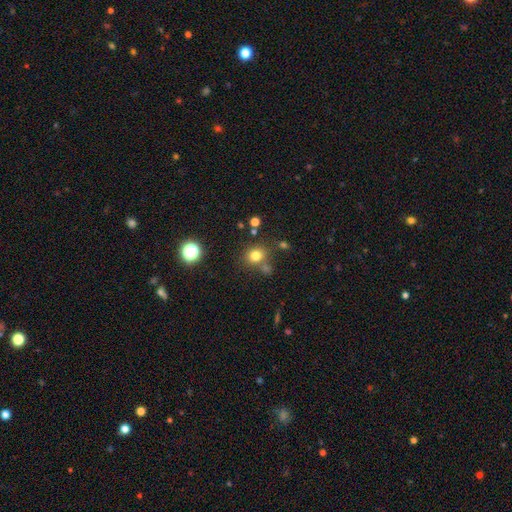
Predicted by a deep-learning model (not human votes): Smooth or featured? smooth (76%)
How rounded? round (75%)
Merging? none (71%)